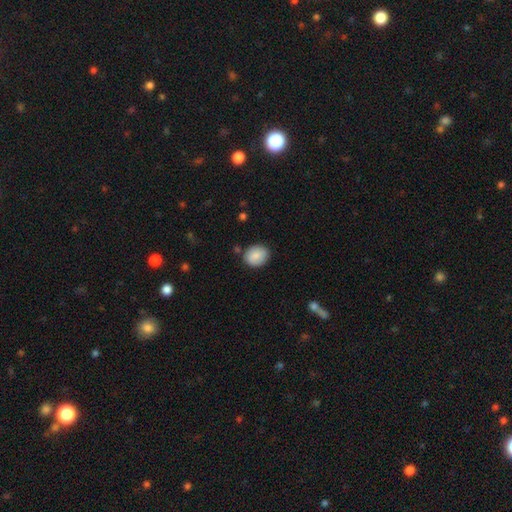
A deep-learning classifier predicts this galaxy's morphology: A smooth galaxy with no disk features (87%) that is round (61%). Merging: none (84%).